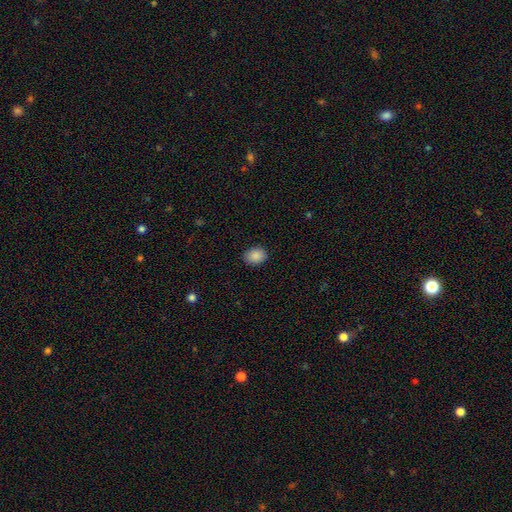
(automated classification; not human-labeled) smooth 89%, star or artifact 8%, featured or disk 3%. Down the decision tree: how rounded — in between (61%); merging — none (88%).